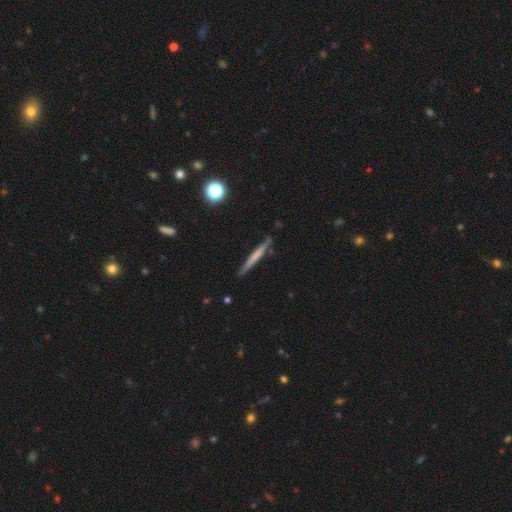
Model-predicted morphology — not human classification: Q: Smooth or featured?
A: smooth (49%); runner-up: featured or disk (43%)
Q: Merging?
A: none (86%); runner-up: minor disturbance (10%)